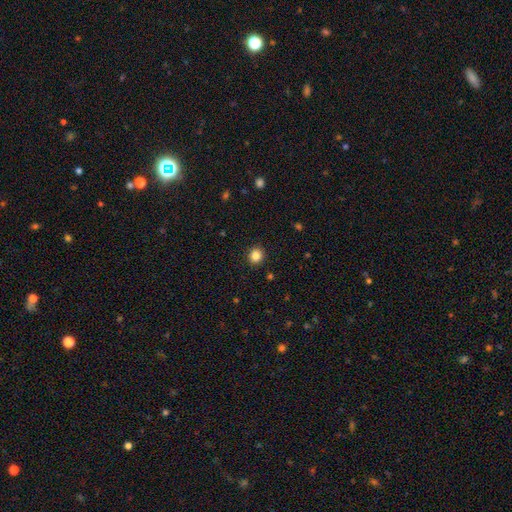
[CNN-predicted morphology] Smooth or featured: smooth — 85% (star or artifact — 11%)
How rounded: round — 89% (in between — 10%)
Merging: none — 92% (minor disturbance — 5%)